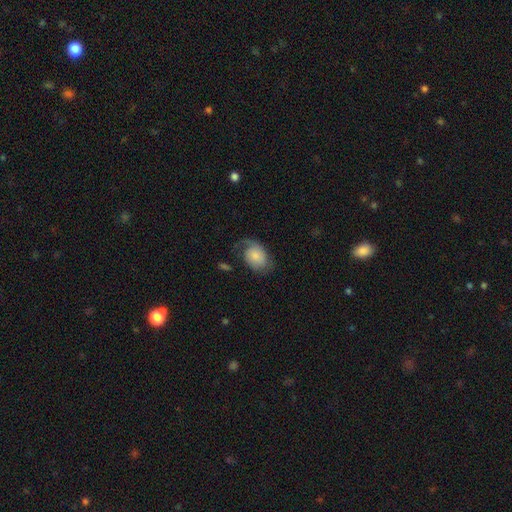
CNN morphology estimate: type=smooth (55%); roundness=in between (76%); merging=none (44%).